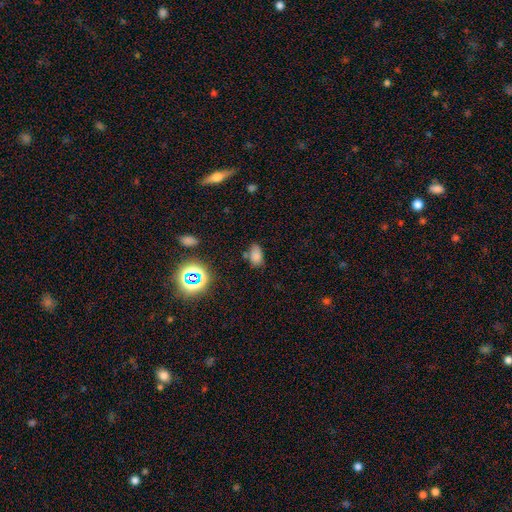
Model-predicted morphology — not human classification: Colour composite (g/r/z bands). It shows a smooth galaxy with no disk features (73%) that is in between round and cigar-shaped (88%). Merging: none (62%).